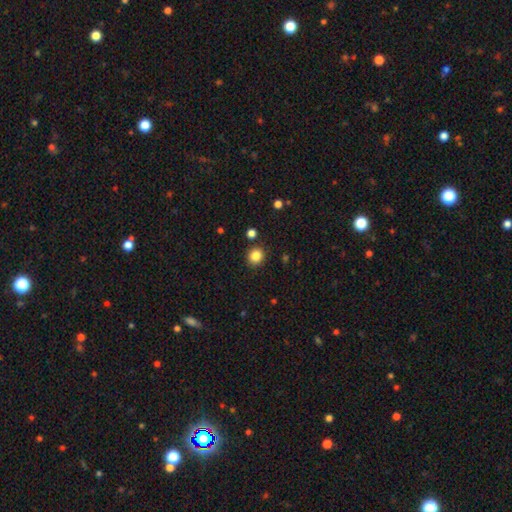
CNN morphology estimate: This appears to be a smooth galaxy with no disk features (84%) that is round (88%). Merging: none (89%).